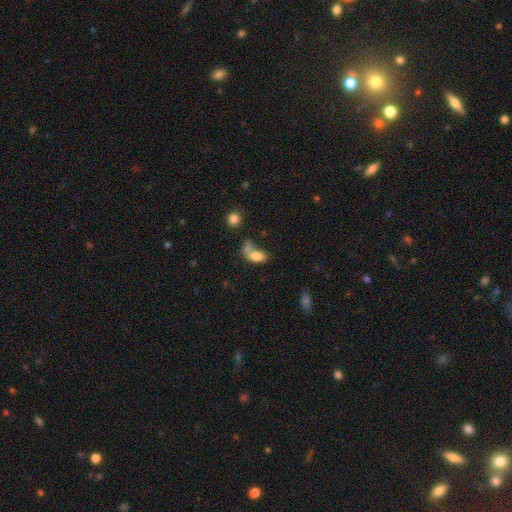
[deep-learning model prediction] Morphology: type=smooth (76%); roundness=in between (88%); merging=merger (43%).